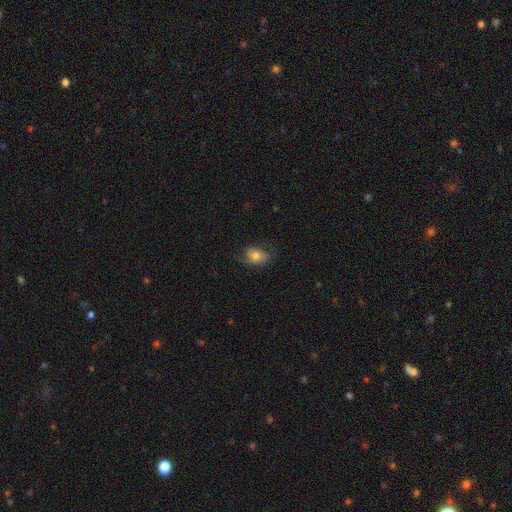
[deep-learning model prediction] smooth 58%, featured or disk 33%, star or artifact 9%. Down the decision tree: how rounded — in between (73%); merging — none (62%).